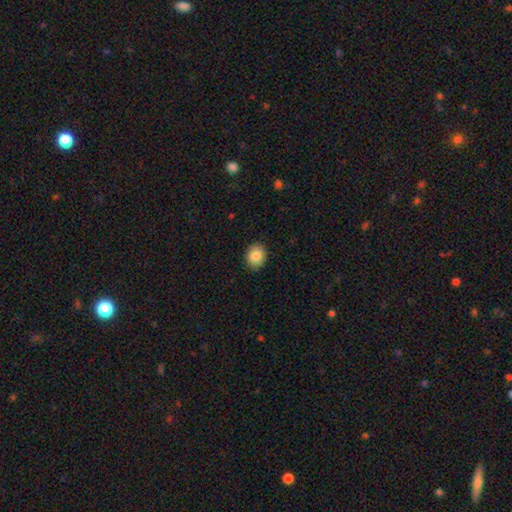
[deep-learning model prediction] A smooth galaxy with no disk features (87%) that is round (55%).

Vote fractions:
- Smooth or featured? smooth: 87% / star or artifact: 8% / featured or disk: 5%
- How rounded? round: 55% / in between: 44% / cigar-shaped: 1%
- Merging? none: 90% / minor disturbance: 8% / major disturbance: 2% / merger: 1%